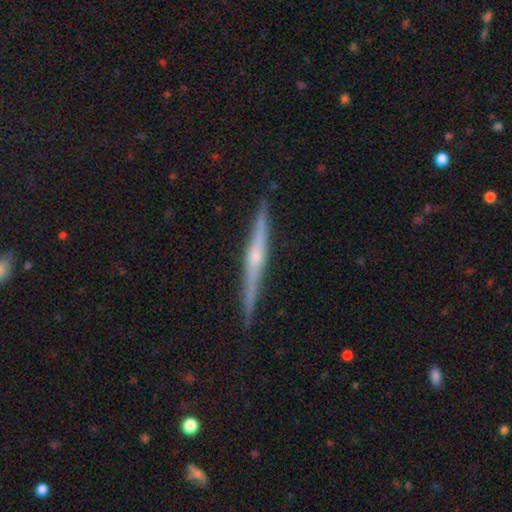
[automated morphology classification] A featured or disk galaxy (78%) viewed edge-on (98%) with a rounded central bulge (71%).

Vote fractions:
- Smooth or featured? featured or disk: 78% / smooth: 16% / star or artifact: 6%
- Edge-on disk? yes: 98% / no: 2%
- Edge-on bulge? rounded: 71% / none: 21% / boxy: 8%
- Merging? none: 90% / minor disturbance: 8% / major disturbance: 1% / merger: 1%